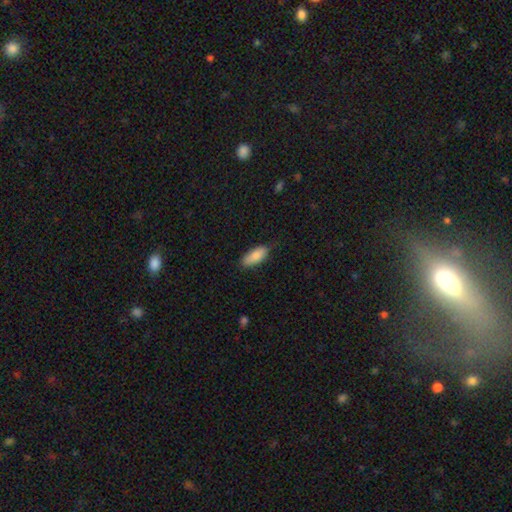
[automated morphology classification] This appears to be a smooth galaxy with no disk features (85%) that is in between round and cigar-shaped (80%). Merging: none (74%).